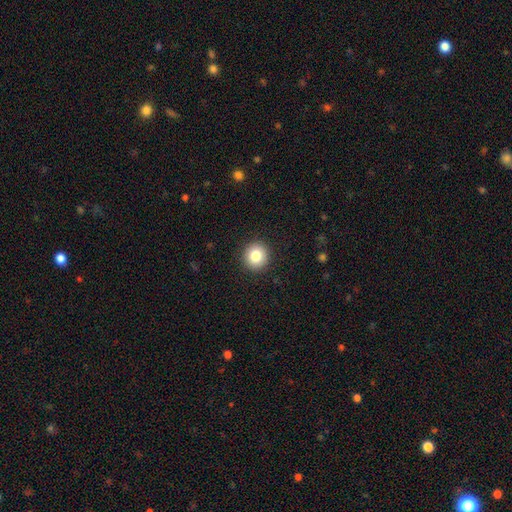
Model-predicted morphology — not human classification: Smooth or featured? smooth (83%)
How rounded? round (92%)
Merging? none (93%)